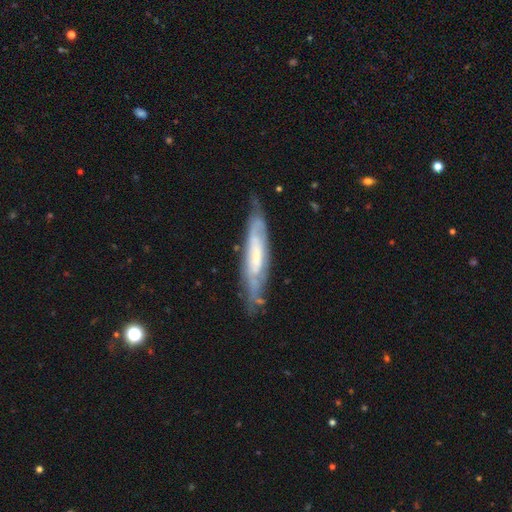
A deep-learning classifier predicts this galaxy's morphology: The model was most divided on "edge-on disk" (2-way tie): no: 50%, yes: 50%. More confident: merging — none (70%); smooth or featured — featured or disk (68%).